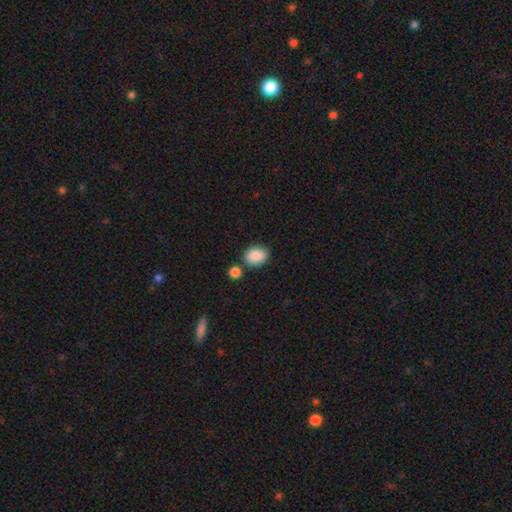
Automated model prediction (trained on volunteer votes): The model was most divided on "how rounded": in between: 69%, round: 30%, cigar-shaped: 1%. More confident: smooth or featured — smooth (88%); merging — none (75%).